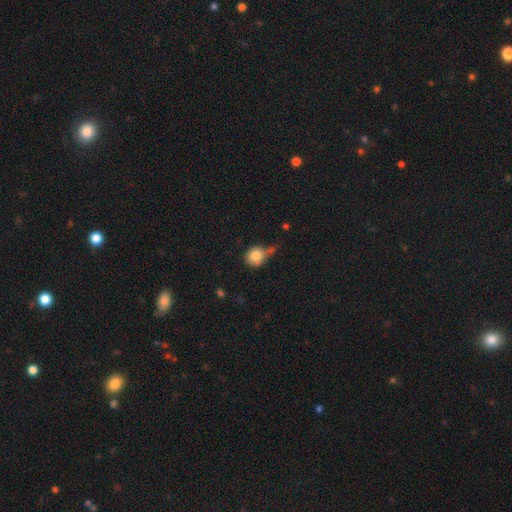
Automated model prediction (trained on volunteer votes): smooth 81%, featured or disk 10%, star or artifact 10%. Down the decision tree: how rounded — round (83%); merging — none (46%).